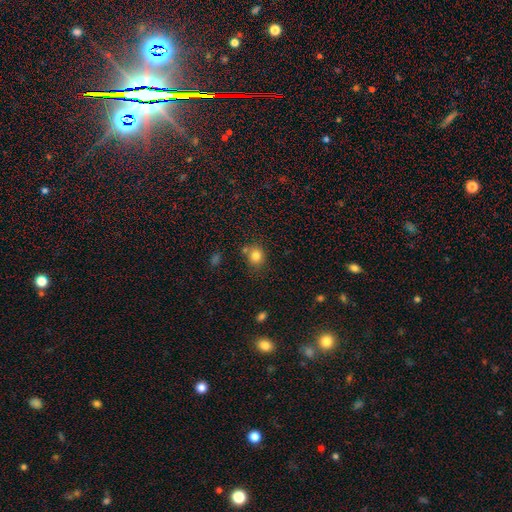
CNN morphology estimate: Smooth or featured? smooth (82%)
How rounded? round (75%)
Merging? none (67%)